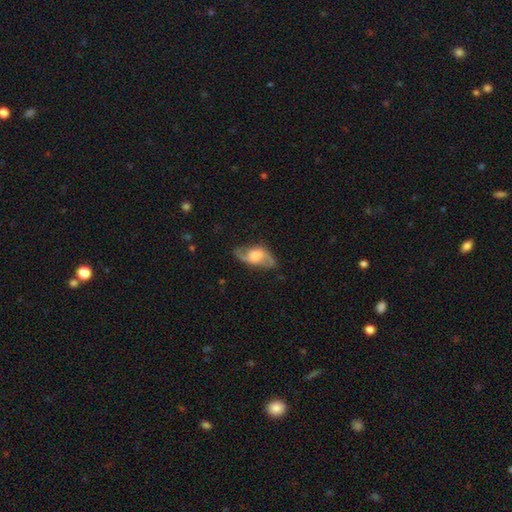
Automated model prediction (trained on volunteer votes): This appears to be a featured or disk galaxy (67%) with no bar (51%), 2 (88%) loose (51%) spiral arms (87%) and a large central bulge (44%). Merging: none (71%).